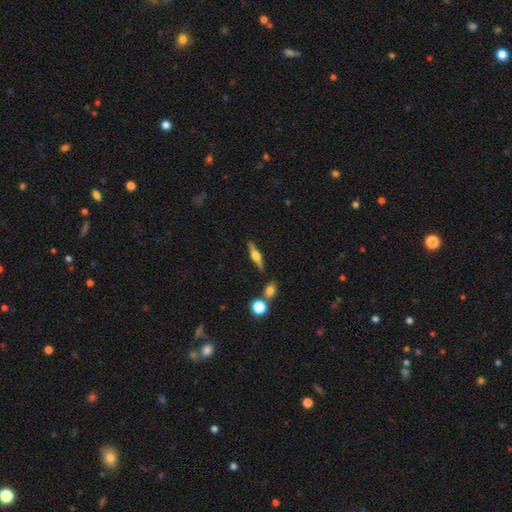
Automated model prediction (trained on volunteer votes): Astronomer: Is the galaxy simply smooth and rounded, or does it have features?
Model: featured or disk — 62%.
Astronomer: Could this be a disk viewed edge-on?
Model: yes — 96%.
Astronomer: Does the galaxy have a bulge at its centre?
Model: rounded — 92%.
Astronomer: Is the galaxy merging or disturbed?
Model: none — 85%.